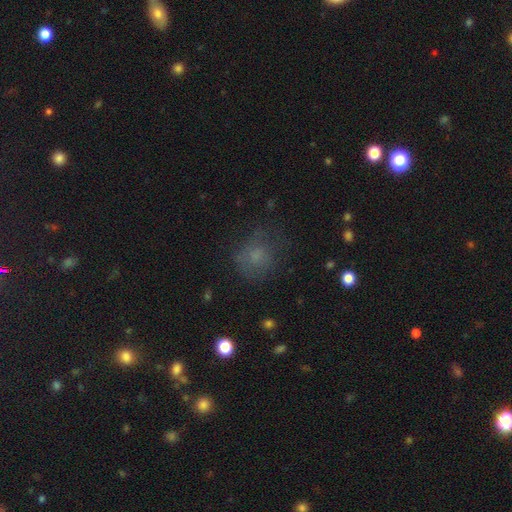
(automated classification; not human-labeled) Smooth or featured? Predicted: smooth (p=0.66). How rounded? Predicted: round (p=0.76). Merging? Predicted: none (p=0.60).